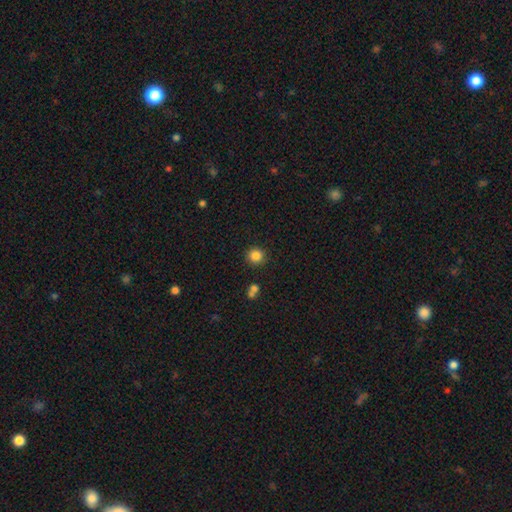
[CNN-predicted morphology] Smooth or featured?
  - smooth: 85% *
  - star or artifact: 11%
  - featured or disk: 5%
How rounded?
  - round: 92% *
  - in between: 7%
  - cigar-shaped: 1%
Merging?
  - none: 87% *
  - minor disturbance: 7%
  - merger: 4%
  - major disturbance: 2%